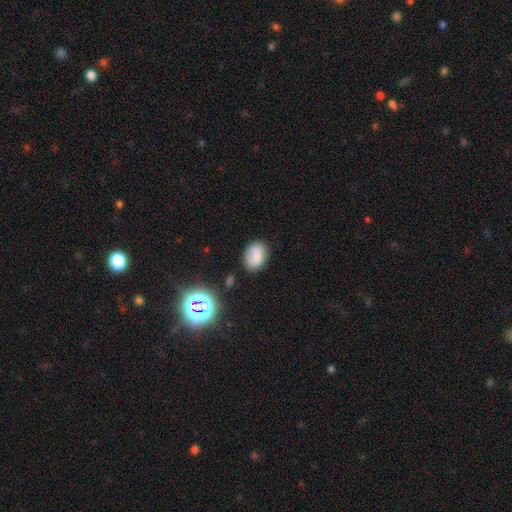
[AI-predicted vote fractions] smooth_or_featured: smooth (p=0.79) [alt: star or artifact p=0.12]
how_rounded: in between (p=0.80) [alt: round p=0.19]
merging: none (p=0.73) [alt: minor disturbance p=0.18]